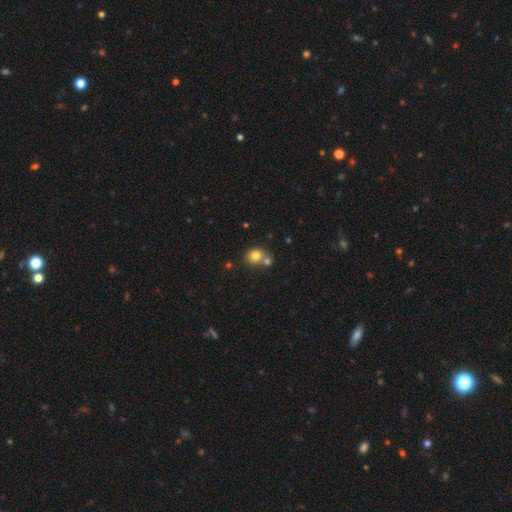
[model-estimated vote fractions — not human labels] The model was most divided on "merging": none: 54%, merger: 34%, minor disturbance: 9%, major disturbance: 3%. More confident: smooth or featured — smooth (79%); how rounded — round (72%).